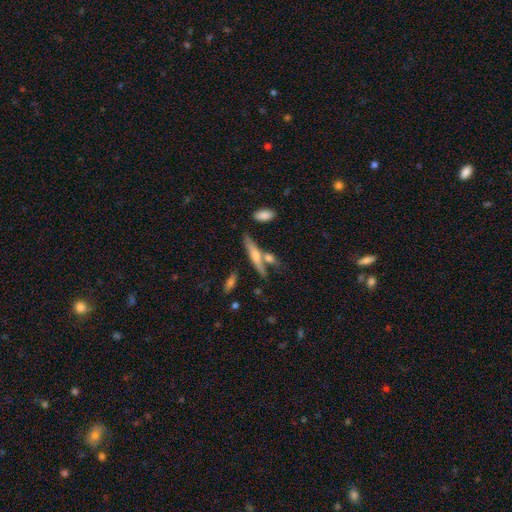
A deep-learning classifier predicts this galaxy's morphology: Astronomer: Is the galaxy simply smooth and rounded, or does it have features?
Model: smooth — 47% (runner-up: featured or disk, 46%).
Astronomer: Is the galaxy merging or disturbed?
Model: none — 62%.